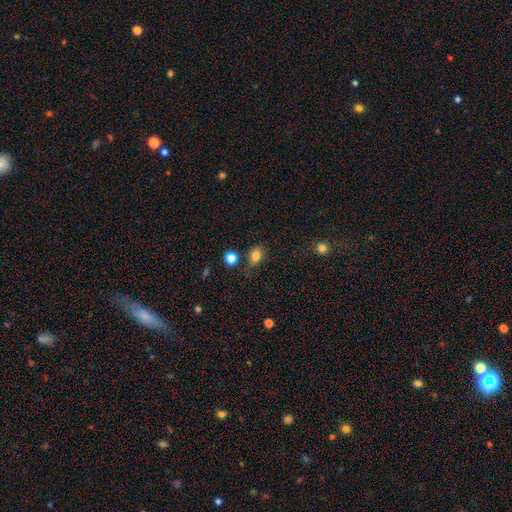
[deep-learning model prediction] The model was most divided on "how rounded": in between: 67%, round: 31%, cigar-shaped: 2%. More confident: smooth or featured — smooth (81%); merging — none (72%).